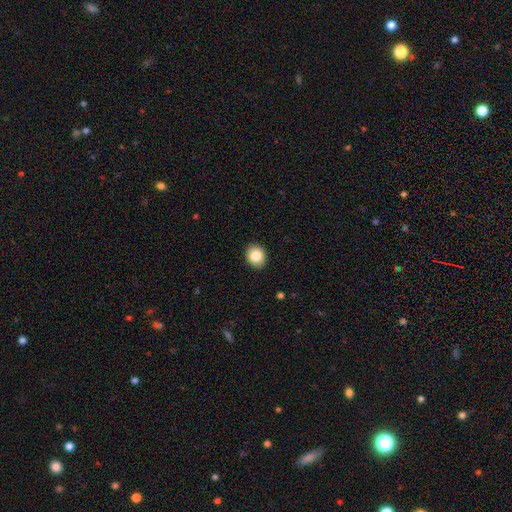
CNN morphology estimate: The model was most divided on "how rounded": round: 59%, in between: 40%, cigar-shaped: 1%. More confident: merging — none (91%); smooth or featured — smooth (84%).